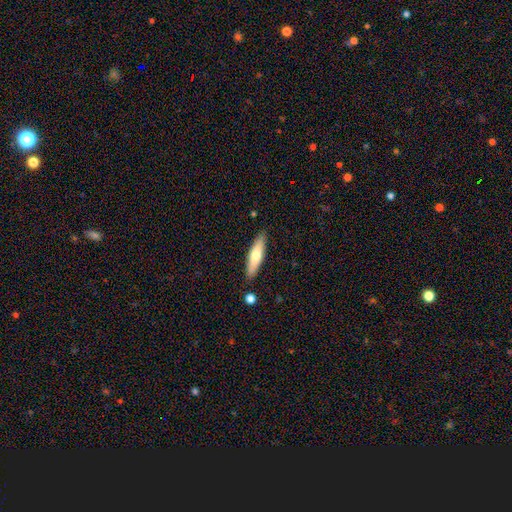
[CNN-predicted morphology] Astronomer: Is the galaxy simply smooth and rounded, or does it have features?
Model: smooth — 62%.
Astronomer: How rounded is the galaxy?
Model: cigar-shaped — 72%.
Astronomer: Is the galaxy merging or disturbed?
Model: none — 87%.